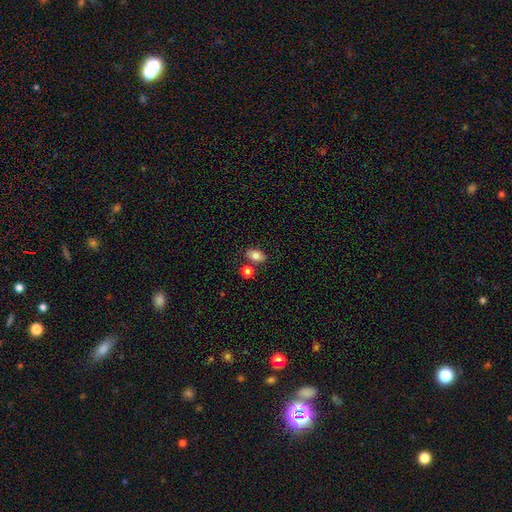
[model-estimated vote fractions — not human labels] Morphology: type=smooth (81%); roundness=in between (82%); merging=none (74%).